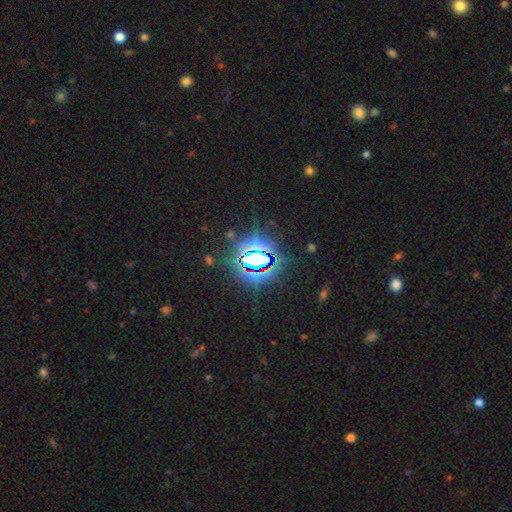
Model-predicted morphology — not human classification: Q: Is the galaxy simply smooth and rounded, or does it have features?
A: star or artifact — 83%.